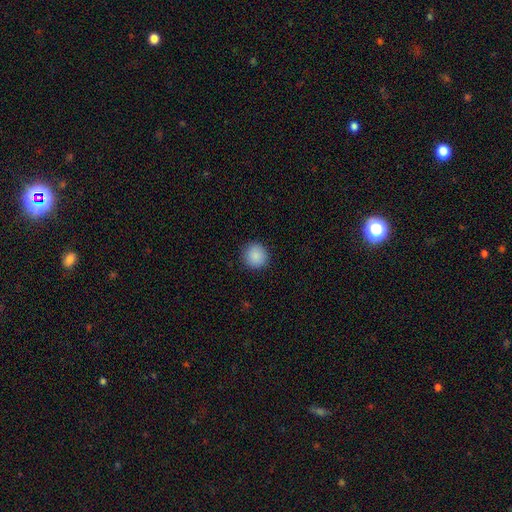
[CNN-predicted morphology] This is clearly a smooth galaxy (89%). How rounded: clearly round (92%). Merging: clearly none (91%).